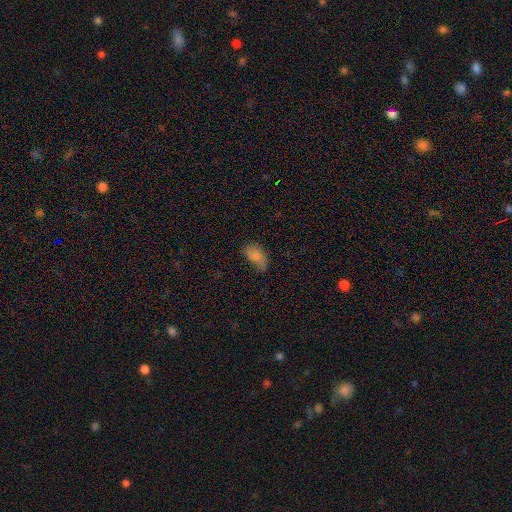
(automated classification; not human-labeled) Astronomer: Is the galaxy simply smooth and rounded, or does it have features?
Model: smooth — 79%.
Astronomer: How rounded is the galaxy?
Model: in between — 93%.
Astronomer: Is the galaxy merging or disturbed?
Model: none — 44% (runner-up: minor disturbance, 36%).